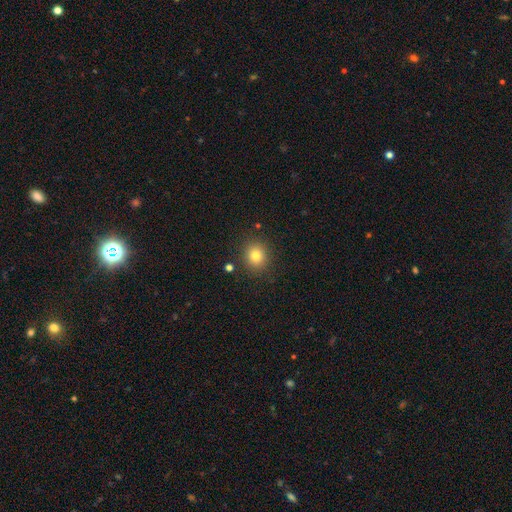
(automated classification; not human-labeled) Smooth or featured: smooth — 80% (star or artifact — 13%)
How rounded: round — 82% (in between — 18%)
Merging: none — 88% (minor disturbance — 7%)